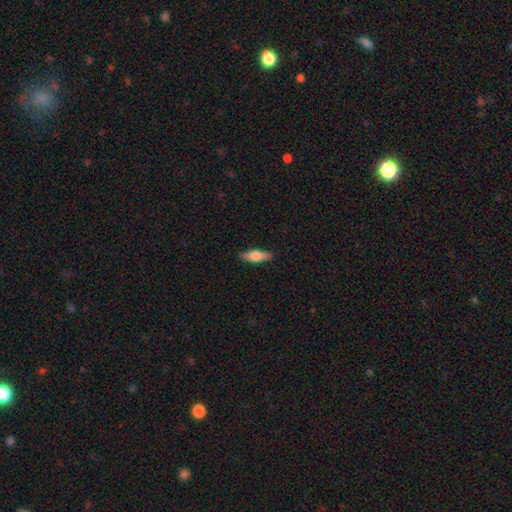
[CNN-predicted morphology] Q: Smooth or featured?
A: smooth (60%); runner-up: featured or disk (34%)
Q: How rounded?
A: in between (49%); runner-up: cigar-shaped (48%)
Q: Merging?
A: none (89%); runner-up: minor disturbance (9%)